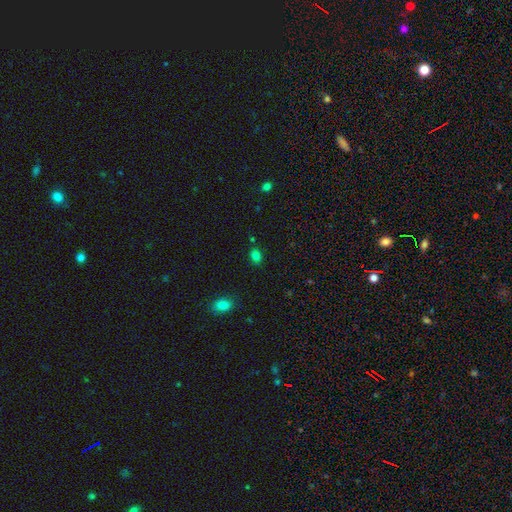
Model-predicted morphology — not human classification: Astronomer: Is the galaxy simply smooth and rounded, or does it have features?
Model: smooth — 79%.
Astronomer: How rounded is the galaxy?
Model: in between — 68%.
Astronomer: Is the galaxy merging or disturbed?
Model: none — 81%.